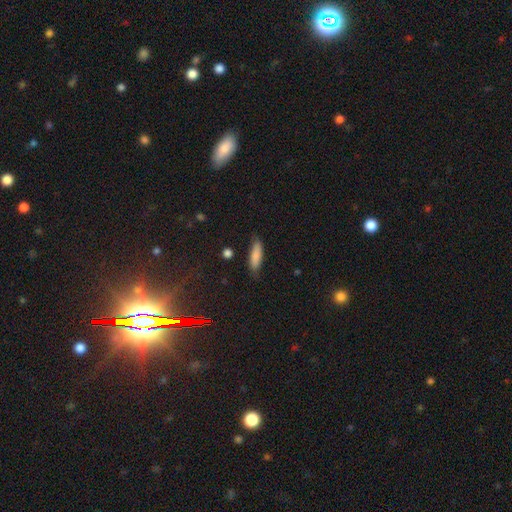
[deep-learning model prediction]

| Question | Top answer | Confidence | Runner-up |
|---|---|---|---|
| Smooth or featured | smooth | 84% | featured or disk (9%) |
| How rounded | cigar-shaped | 54% | in between (44%) |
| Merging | none | 78% | minor disturbance (17%) |